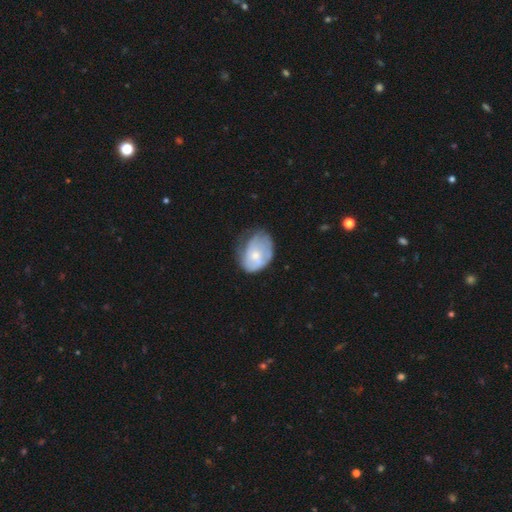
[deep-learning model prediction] Smooth or featured: smooth — 50% (featured or disk — 43%)
How rounded: in between — 72% (round — 27%)
Merging: minor disturbance — 39% (none — 37%)